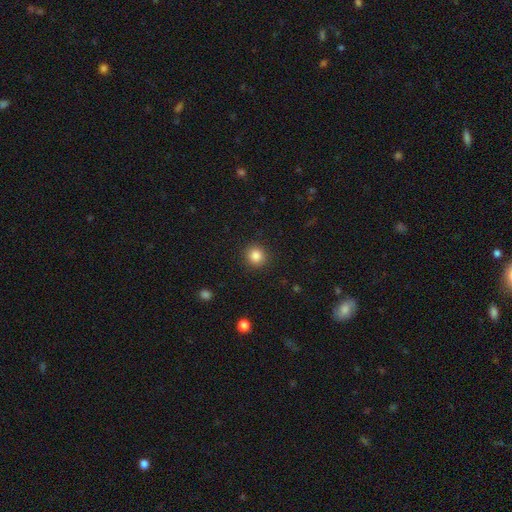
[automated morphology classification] smooth-or-featured: smooth: 85% | star or artifact: 11% | featured or disk: 4%
  how-rounded: round: 92% | in between: 7% | cigar-shaped: 1%
  merging: none: 91% | minor disturbance: 6% | major disturbance: 2% | merger: 1%